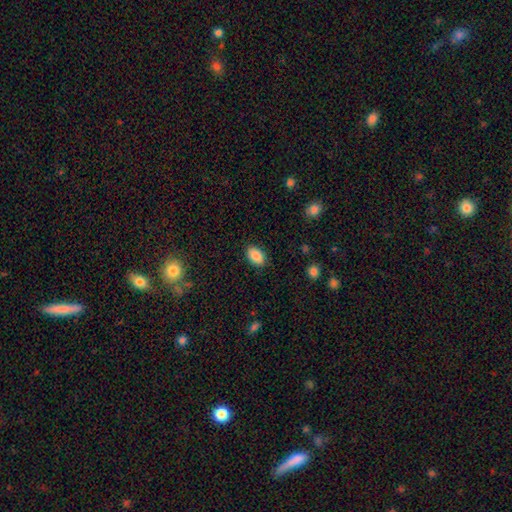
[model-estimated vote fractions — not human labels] Smooth or featured: smooth — 87% (star or artifact — 8%)
How rounded: in between — 90% (round — 9%)
Merging: none — 87% (minor disturbance — 10%)